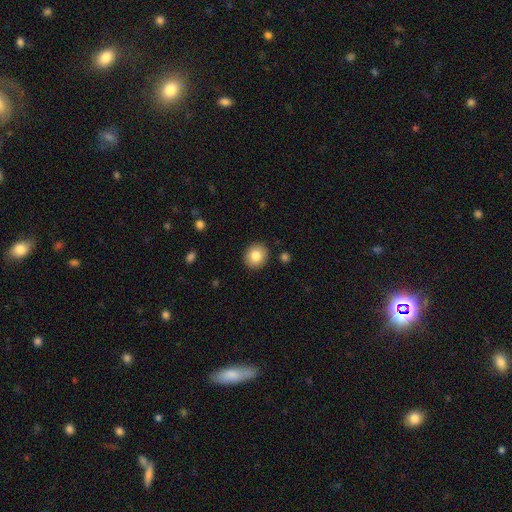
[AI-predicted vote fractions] smooth-or-featured: smooth: 83% | featured or disk: 9% | star or artifact: 8%
  how-rounded: round: 78% | in between: 22% | cigar-shaped: 1%
  merging: none: 90% | minor disturbance: 6% | major disturbance: 2% | merger: 1%